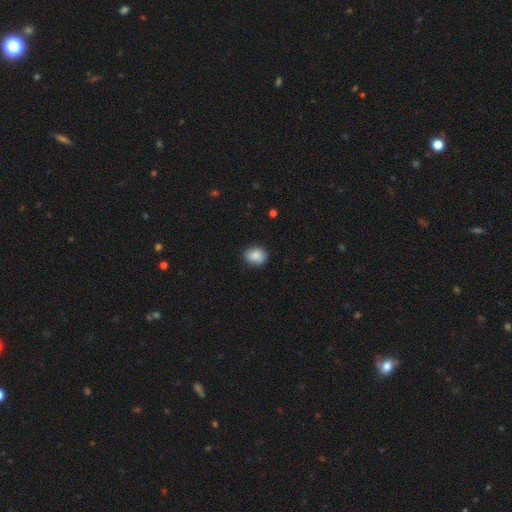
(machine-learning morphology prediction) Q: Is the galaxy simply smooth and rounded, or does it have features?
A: smooth — 84%.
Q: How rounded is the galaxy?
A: in between — 53%.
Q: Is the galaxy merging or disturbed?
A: none — 82%.